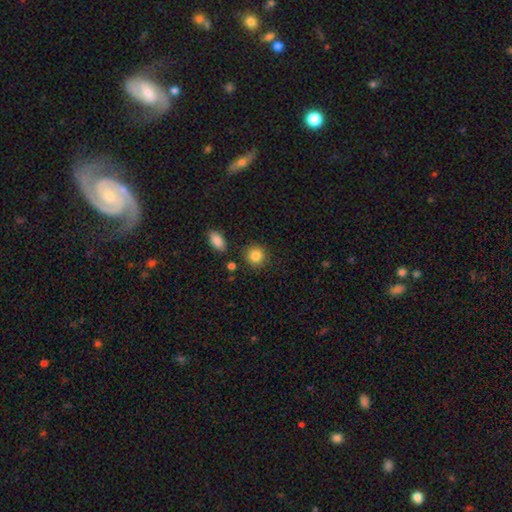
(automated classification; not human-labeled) This appears to be a smooth galaxy with no disk features (86%) that is round (86%). Merging: none (83%).